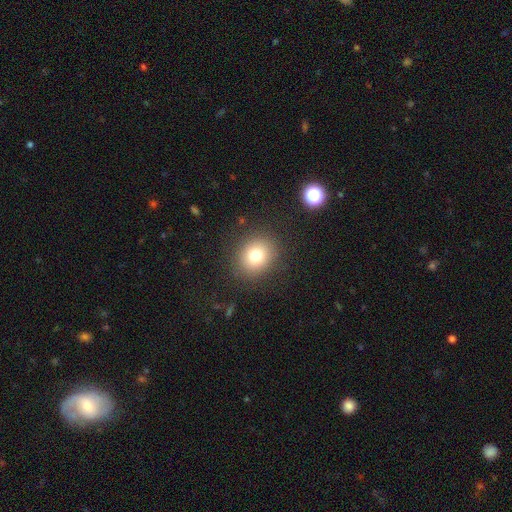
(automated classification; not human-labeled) Q: Smooth or featured?
A: smooth (77%); runner-up: star or artifact (13%)
Q: How rounded?
A: round (70%); runner-up: in between (29%)
Q: Merging?
A: none (87%); runner-up: minor disturbance (8%)